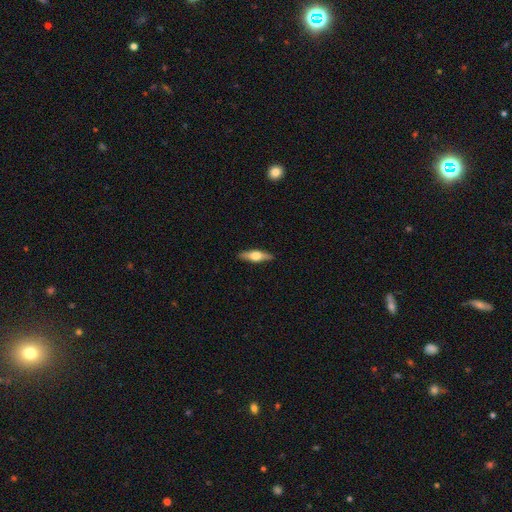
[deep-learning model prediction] Q: Smooth or featured?
A: featured or disk (49%); runner-up: smooth (46%)
Q: Merging?
A: none (90%); runner-up: minor disturbance (8%)